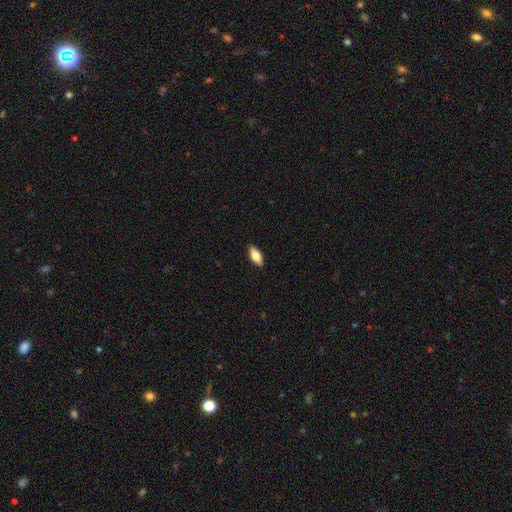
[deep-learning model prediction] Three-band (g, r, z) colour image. It shows a smooth galaxy with no disk features (71%) that is in between round and cigar-shaped (80%). Merging: none (88%).